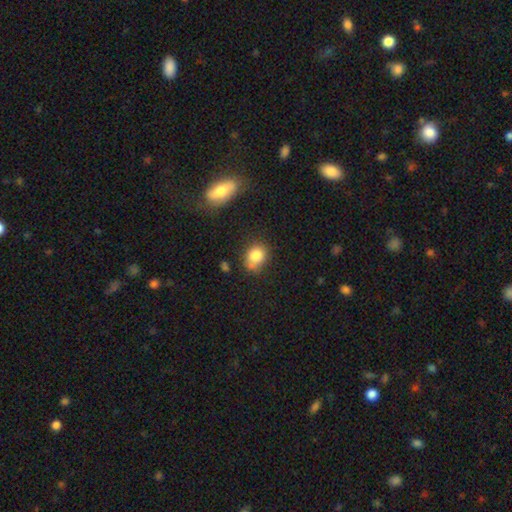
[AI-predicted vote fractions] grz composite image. It shows a smooth galaxy with no disk features (81%) that is round (57%). Merging: none (58%).